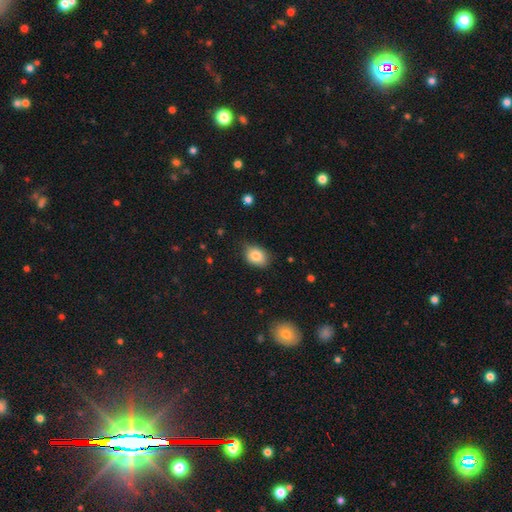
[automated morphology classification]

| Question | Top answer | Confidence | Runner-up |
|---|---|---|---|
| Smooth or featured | smooth | 83% | featured or disk (8%) |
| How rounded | in between | 75% | round (23%) |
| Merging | none | 75% | minor disturbance (20%) |